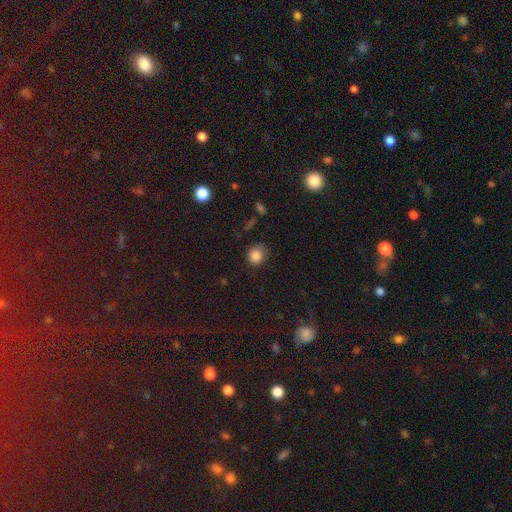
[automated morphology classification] smooth 84%, star or artifact 11%, featured or disk 5%. Down the decision tree: how rounded — round (72%); merging — none (64%).